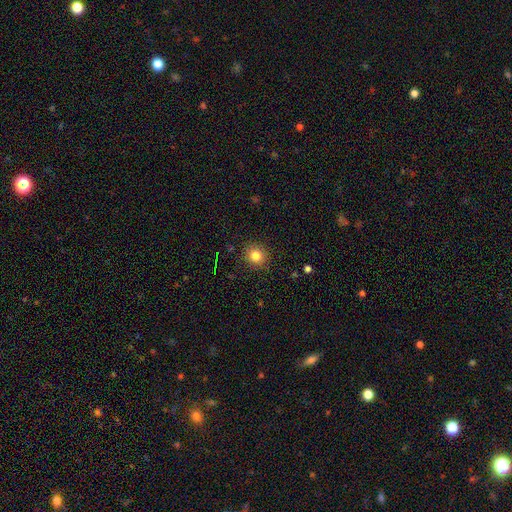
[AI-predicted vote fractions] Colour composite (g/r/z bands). It shows a smooth galaxy with no disk features (81%) that is round (87%). Merging: none (89%).